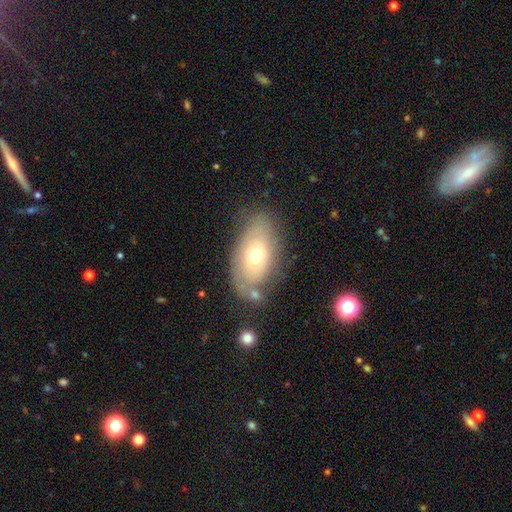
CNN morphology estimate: Smooth or featured: smooth — 56% (featured or disk — 36%)
How rounded: in between — 90% (round — 8%)
Merging: none — 64% (minor disturbance — 21%)